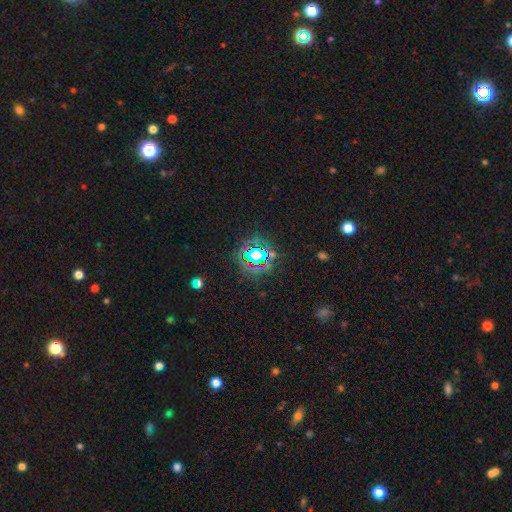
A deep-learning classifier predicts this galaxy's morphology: Smooth or featured? star or artifact (72%)